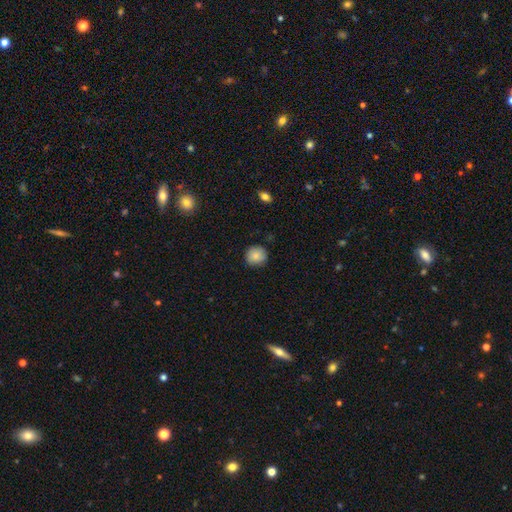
Volunteers were most divided on "merging": none: 92%, minor disturbance: 8%, major disturbance: 0%, merger: 0%. More confident: how rounded — round (94%); smooth or featured — smooth (92%).